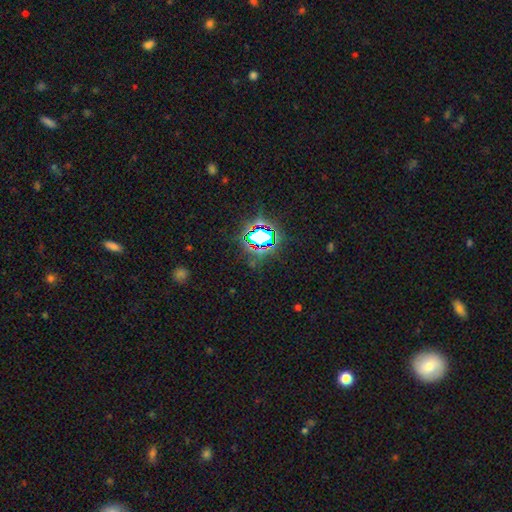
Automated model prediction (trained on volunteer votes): The model was most divided on "smooth or featured": star or artifact: 79%, smooth: 14%, featured or disk: 8%.